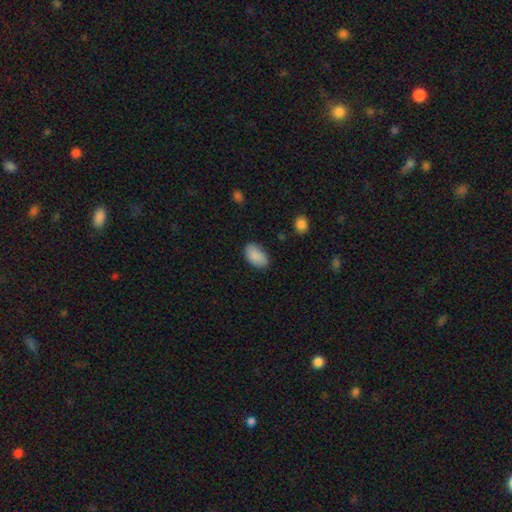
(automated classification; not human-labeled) Q: Smooth or featured?
A: smooth (89%); runner-up: star or artifact (7%)
Q: How rounded?
A: in between (94%); runner-up: round (5%)
Q: Merging?
A: none (80%); runner-up: minor disturbance (16%)